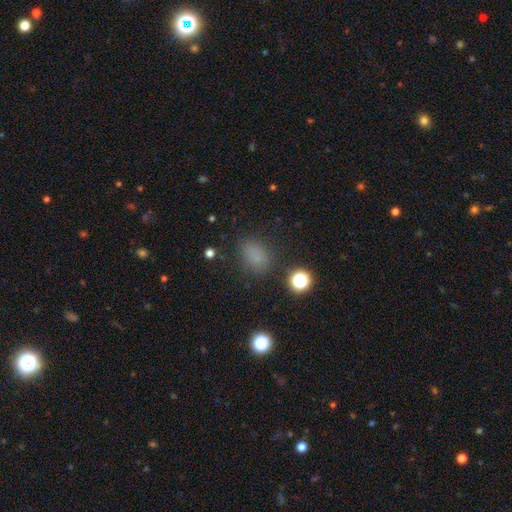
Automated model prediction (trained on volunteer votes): Smooth or featured? smooth (73%)
How rounded? in between (65%)
Merging? none (77%)